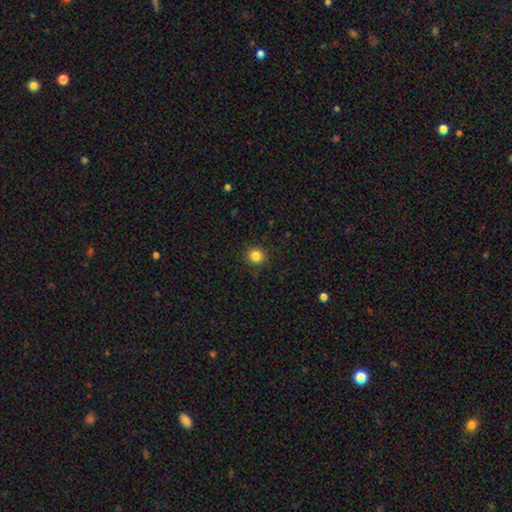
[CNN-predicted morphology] Q: Smooth or featured?
A: smooth (84%); runner-up: star or artifact (12%)
Q: How rounded?
A: round (91%); runner-up: in between (8%)
Q: Merging?
A: none (91%); runner-up: minor disturbance (6%)